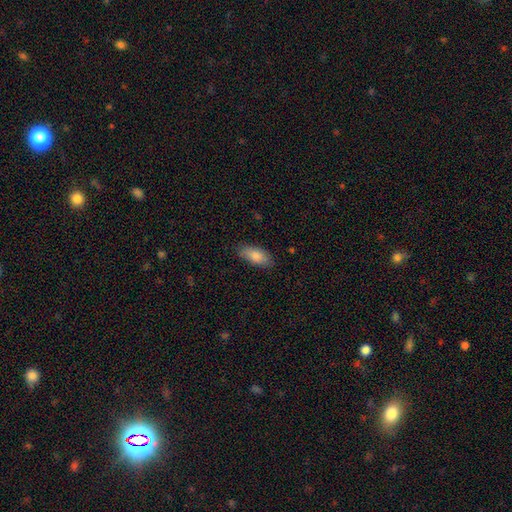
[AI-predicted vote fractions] This is clearly a smooth galaxy (85%). How rounded: clearly in between (87%). Merging: clearly none (83%).